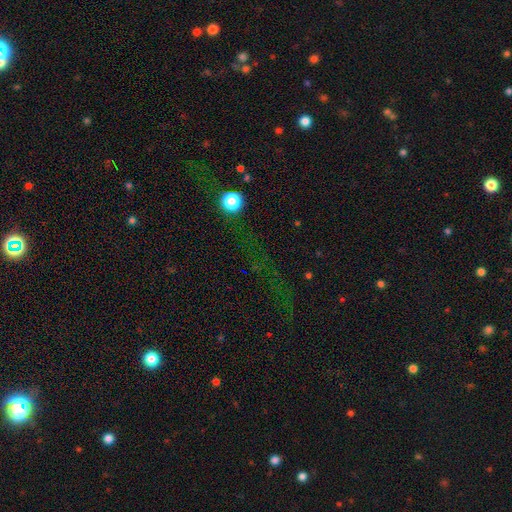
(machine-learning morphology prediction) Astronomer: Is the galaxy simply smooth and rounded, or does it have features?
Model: star or artifact — 66%.